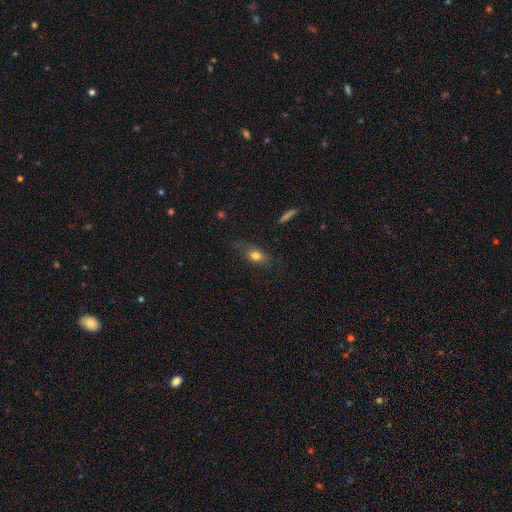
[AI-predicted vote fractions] Overall: smooth (72%). How rounded: in between (69%). Merging: none (64%).